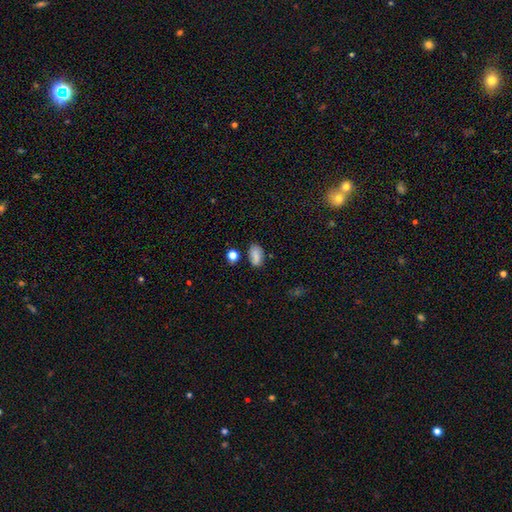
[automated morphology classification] Smooth or featured? Predicted: smooth (p=0.82). How rounded? Predicted: in between (p=0.90). Merging? Predicted: none (p=0.75).